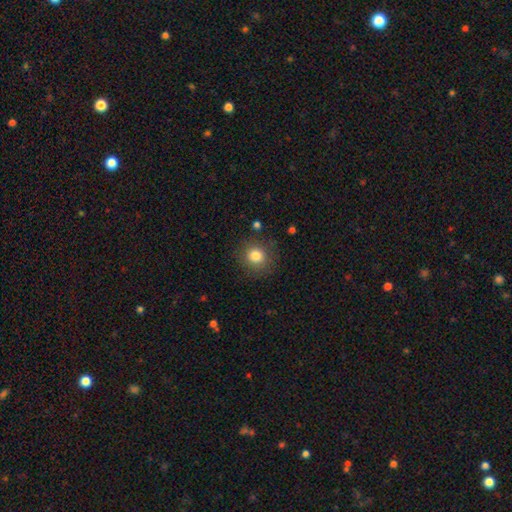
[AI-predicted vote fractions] Smooth or featured?
  - smooth: 81% *
  - star or artifact: 12%
  - featured or disk: 7%
How rounded?
  - round: 91% *
  - in between: 8%
  - cigar-shaped: 1%
Merging?
  - none: 86% *
  - minor disturbance: 9%
  - major disturbance: 3%
  - merger: 2%